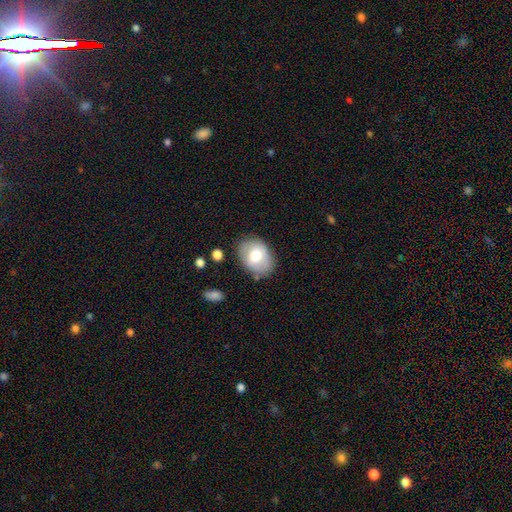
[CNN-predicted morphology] Q: Smooth or featured?
A: smooth (67%); runner-up: featured or disk (26%)
Q: How rounded?
A: in between (71%); runner-up: round (28%)
Q: Merging?
A: none (77%); runner-up: minor disturbance (16%)